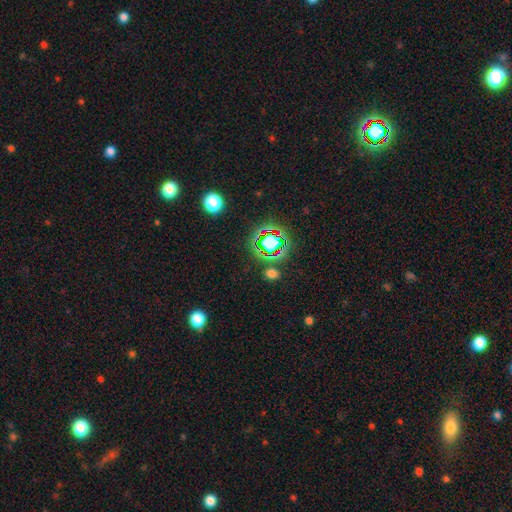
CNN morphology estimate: star or artifact 77%, smooth 15%, featured or disk 8%.